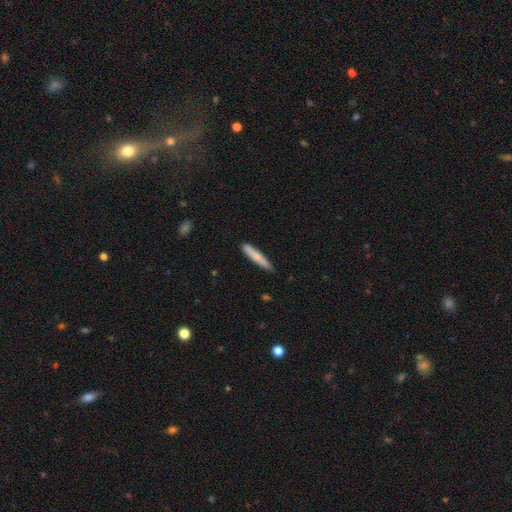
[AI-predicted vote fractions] Overall: smooth (76%). How rounded: cigar-shaped (92%). Merging: none (85%).